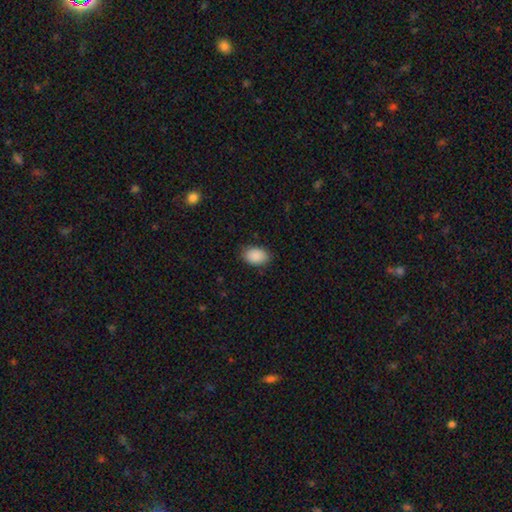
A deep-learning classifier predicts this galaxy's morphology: Overall: smooth (90%). How rounded: in between (85%). Merging: none (85%).